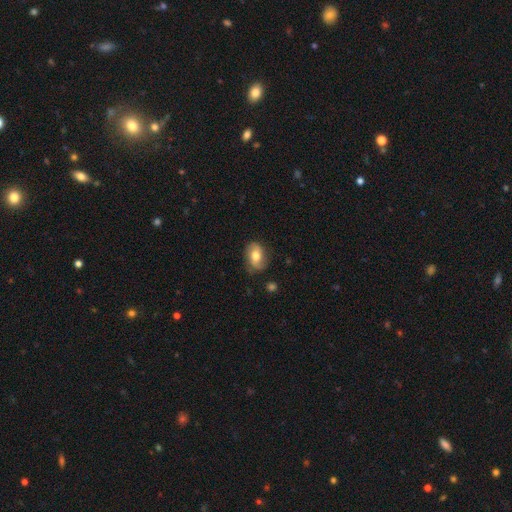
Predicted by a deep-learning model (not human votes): This appears to be a smooth galaxy with no disk features (55%) that is in between round and cigar-shaped (73%). Merging: none (71%).